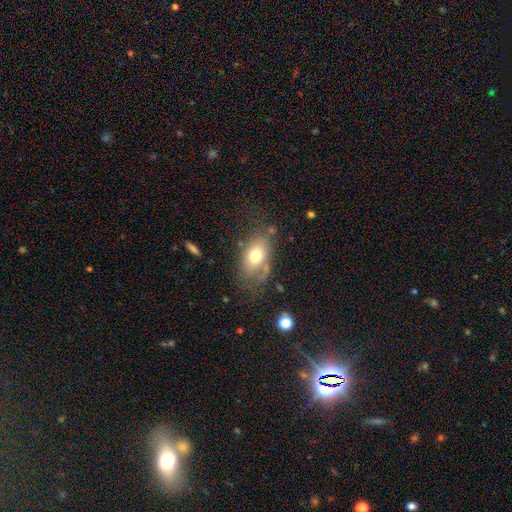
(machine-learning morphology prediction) smooth-or-featured: smooth: 68% | featured or disk: 23% | star or artifact: 9%
  how-rounded: in between: 86% | round: 12% | cigar-shaped: 2%
  merging: none: 55% | minor disturbance: 24% | major disturbance: 15% | merger: 6%